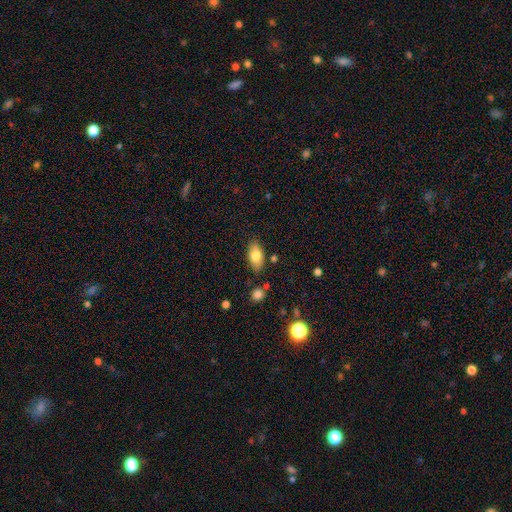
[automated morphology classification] Overall: smooth (79%). How rounded: in between (90%). Merging: none (80%).